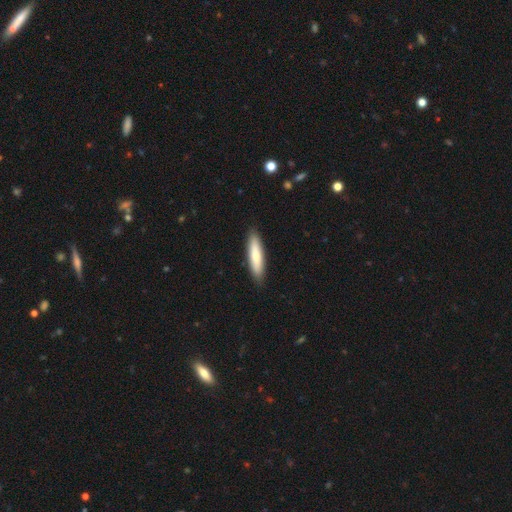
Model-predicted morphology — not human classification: Smooth or featured?
  - smooth: 75% *
  - featured or disk: 20%
  - star or artifact: 5%
How rounded?
  - cigar-shaped: 74% *
  - in between: 24%
  - round: 1%
Merging?
  - none: 89% *
  - minor disturbance: 8%
  - major disturbance: 2%
  - merger: 1%